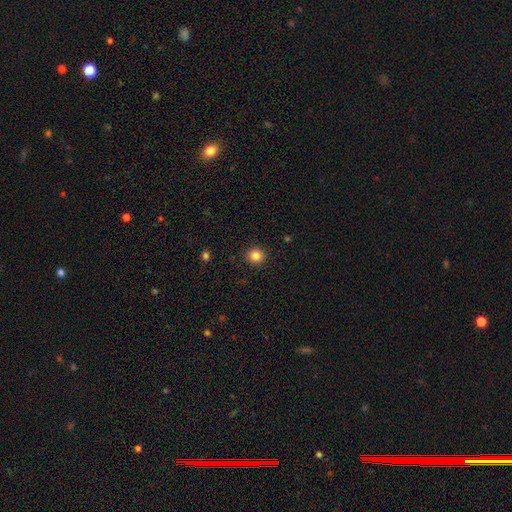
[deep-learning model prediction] smooth 84%, star or artifact 11%, featured or disk 5%. Down the decision tree: how rounded — round (88%); merging — none (91%).